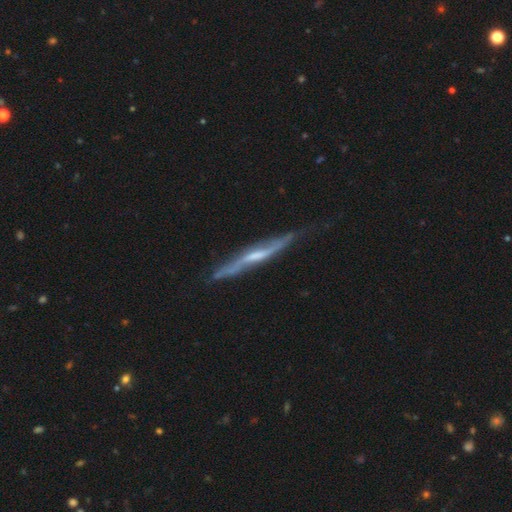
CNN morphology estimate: The model was most divided on "edge-on bulge": none: 54%, rounded: 29%, boxy: 17%. More confident: edge-on disk — yes (76%); smooth or featured — featured or disk (74%); merging — none (62%).